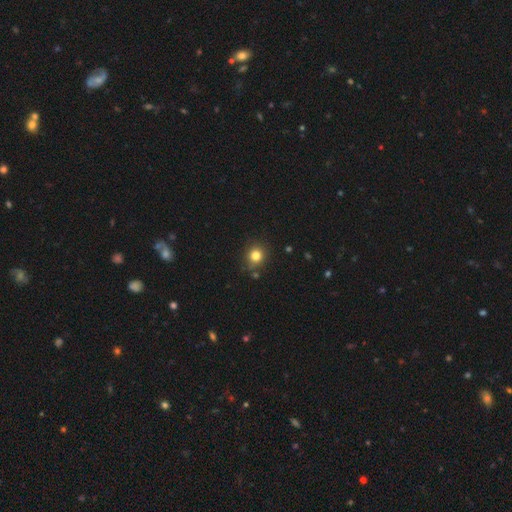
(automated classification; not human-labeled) Smooth or featured: smooth — 81% (star or artifact — 13%)
How rounded: round — 87% (in between — 12%)
Merging: none — 82% (minor disturbance — 11%)